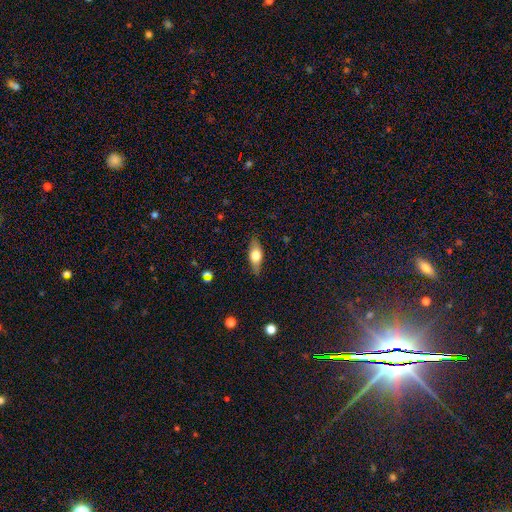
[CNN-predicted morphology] Smooth or featured?
  - smooth: 62% *
  - featured or disk: 31%
  - star or artifact: 7%
How rounded?
  - in between: 72% *
  - cigar-shaped: 24%
  - round: 4%
Merging?
  - none: 85% *
  - minor disturbance: 12%
  - major disturbance: 2%
  - merger: 1%